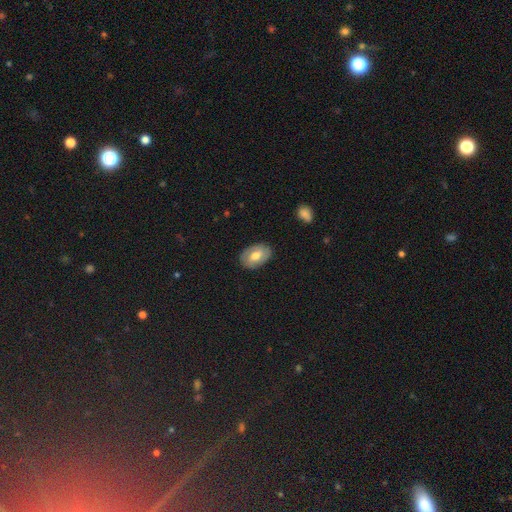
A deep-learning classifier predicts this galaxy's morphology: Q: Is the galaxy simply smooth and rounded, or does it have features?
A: smooth — 57%.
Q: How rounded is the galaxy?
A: in between — 86%.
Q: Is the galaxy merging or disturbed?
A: none — 84%.